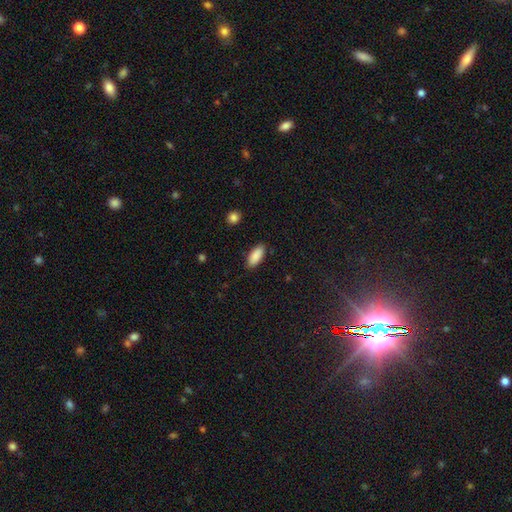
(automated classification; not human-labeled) Overall: smooth (90%). How rounded: in between (86%). Merging: none (87%).